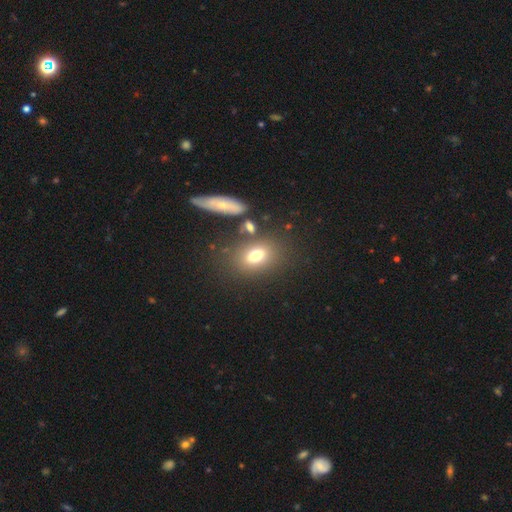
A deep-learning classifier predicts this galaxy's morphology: type=smooth (73%); roundness=in between (76%); merging=none (71%).